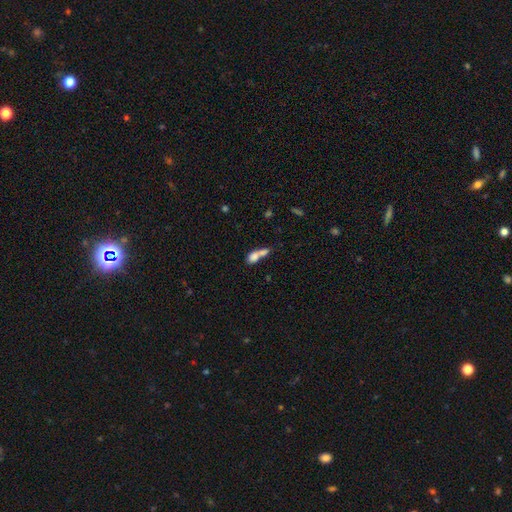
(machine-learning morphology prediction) This appears to be a smooth galaxy with no disk features (73%) that is in between round and cigar-shaped (70%). Merging: merger (68%).